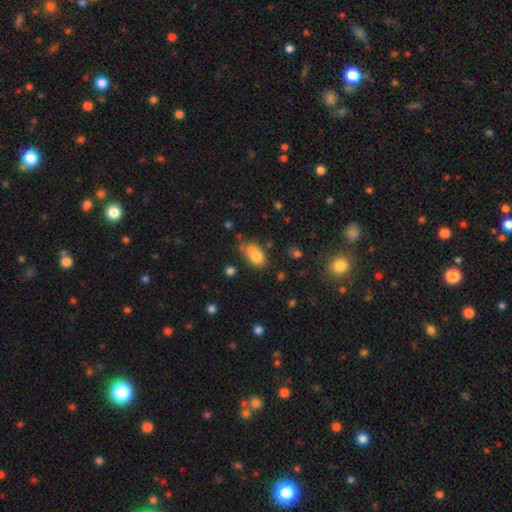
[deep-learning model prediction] A smooth galaxy with no disk features (76%) that is in between round and cigar-shaped (89%). Merging: none (46%).